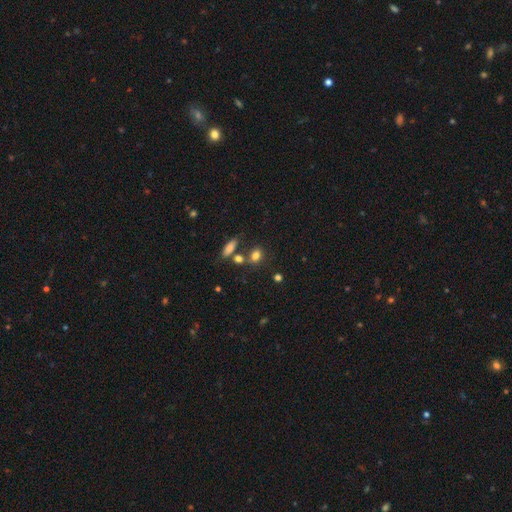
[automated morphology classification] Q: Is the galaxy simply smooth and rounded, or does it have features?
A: smooth — 78%.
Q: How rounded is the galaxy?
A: in between — 58%.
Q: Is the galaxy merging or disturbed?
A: none — 62%.